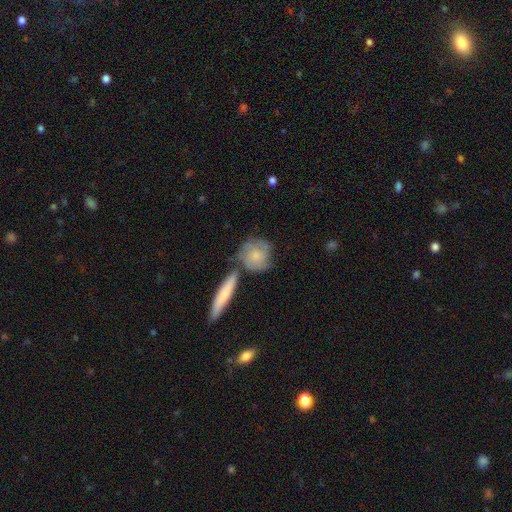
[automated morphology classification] Smooth or featured? Predicted: smooth (p=0.49). Merging? Predicted: none (p=0.58).